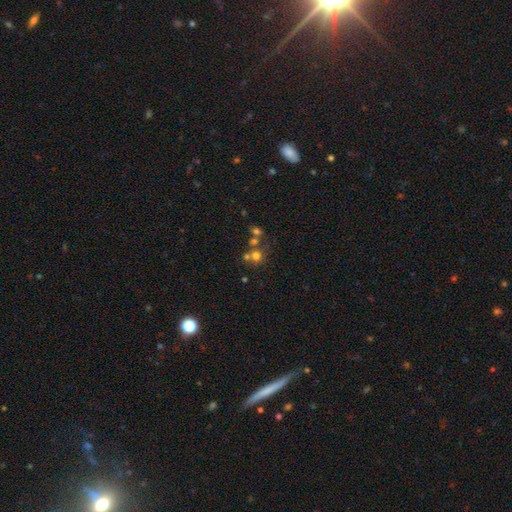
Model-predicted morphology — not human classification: Smooth or featured: smooth — 64% (star or artifact — 20%)
How rounded: round — 85% (in between — 14%)
Merging: none — 49% (merger — 37%)